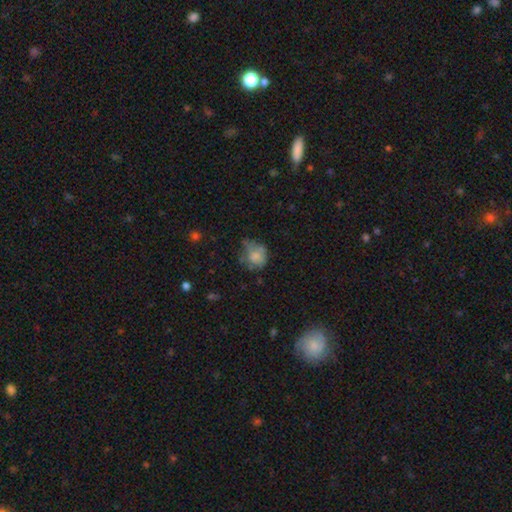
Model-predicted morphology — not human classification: Q: Smooth or featured?
A: smooth (66%); runner-up: featured or disk (22%)
Q: How rounded?
A: round (67%); runner-up: in between (33%)
Q: Merging?
A: none (42%); runner-up: minor disturbance (31%)